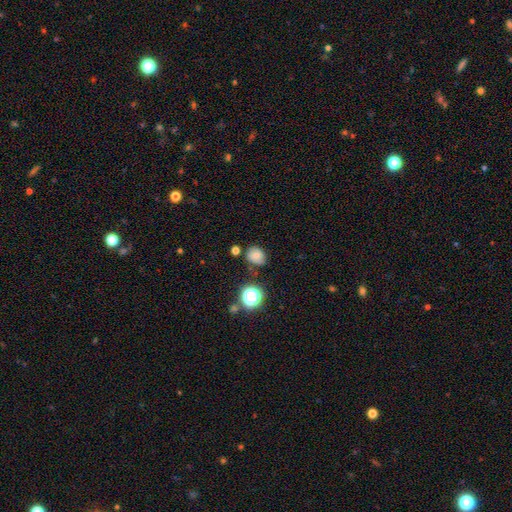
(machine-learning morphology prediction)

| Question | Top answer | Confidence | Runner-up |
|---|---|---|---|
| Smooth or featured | smooth | 70% | star or artifact (17%) |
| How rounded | round | 63% | in between (36%) |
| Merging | none | 69% | minor disturbance (21%) |